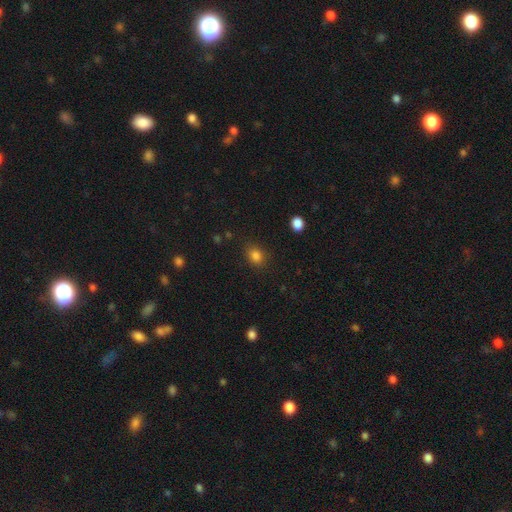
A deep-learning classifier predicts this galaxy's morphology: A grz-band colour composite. It shows a smooth galaxy with no disk features (83%) that is in between round and cigar-shaped (50%). Merging: none (83%).